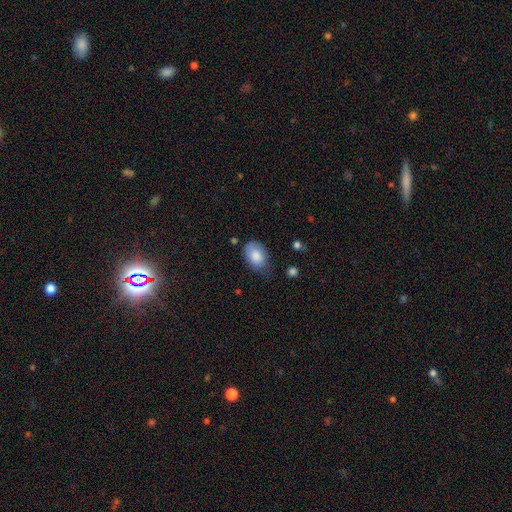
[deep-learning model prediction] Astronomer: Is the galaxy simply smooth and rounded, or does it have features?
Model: smooth — 83%.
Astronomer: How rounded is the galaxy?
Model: in between — 86%.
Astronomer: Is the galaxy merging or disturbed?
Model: none — 50% (runner-up: minor disturbance, 38%).